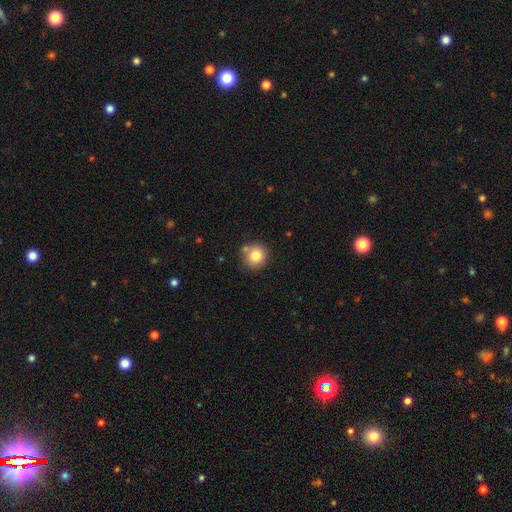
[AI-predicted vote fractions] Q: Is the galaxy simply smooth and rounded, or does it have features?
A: smooth — 81%.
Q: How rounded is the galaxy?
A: round — 90%.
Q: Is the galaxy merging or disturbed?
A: none — 73%.